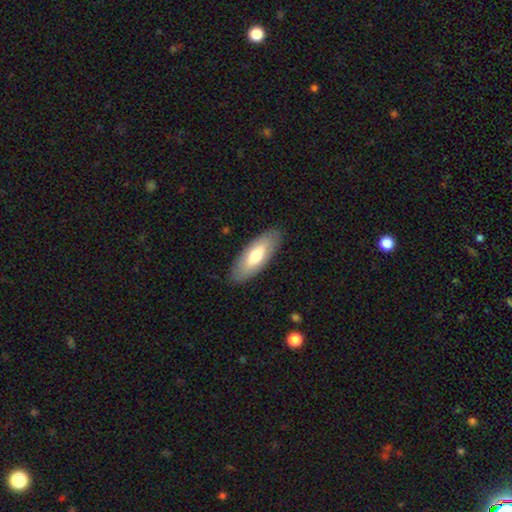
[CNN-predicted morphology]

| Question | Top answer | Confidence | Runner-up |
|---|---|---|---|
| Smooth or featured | smooth | 67% | featured or disk (28%) |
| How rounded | in between | 76% | cigar-shaped (22%) |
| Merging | none | 88% | minor disturbance (9%) |